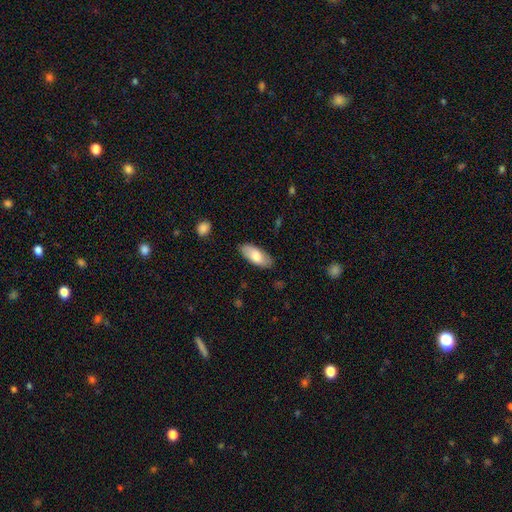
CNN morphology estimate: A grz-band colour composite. It shows a smooth galaxy with no disk features (74%) that is in between round and cigar-shaped (88%). Merging: none (84%).